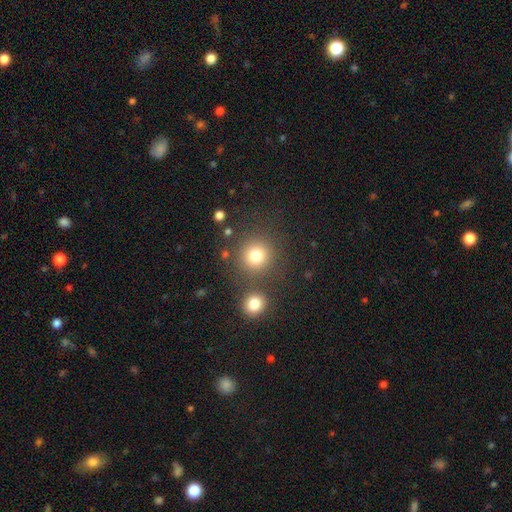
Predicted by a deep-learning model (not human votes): This is likely a smooth galaxy (80%). How rounded: clearly round (92%). Merging: likely none (78%).